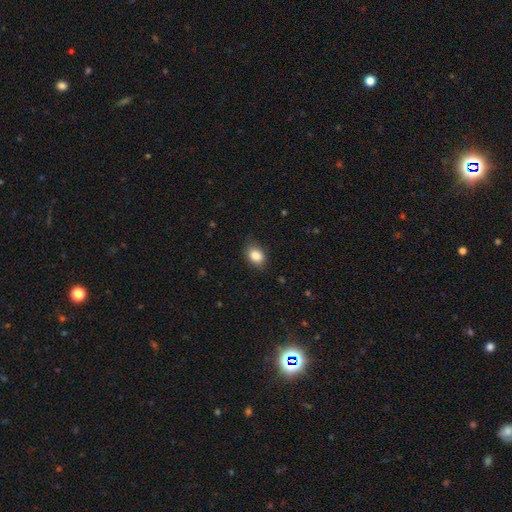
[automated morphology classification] Smooth or featured?
  - smooth: 86% *
  - star or artifact: 8%
  - featured or disk: 6%
How rounded?
  - in between: 74% *
  - round: 25%
  - cigar-shaped: 1%
Merging?
  - none: 77% *
  - minor disturbance: 18%
  - major disturbance: 4%
  - merger: 1%